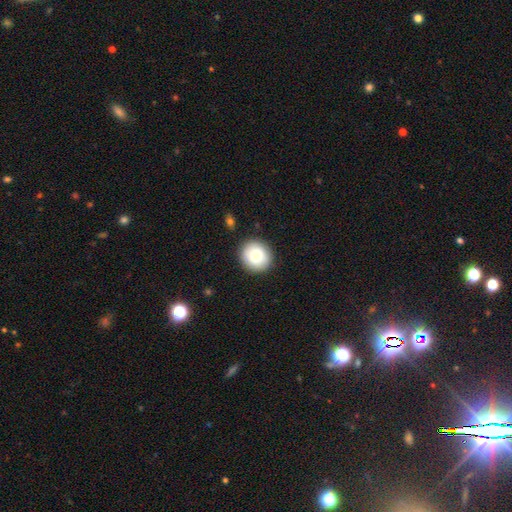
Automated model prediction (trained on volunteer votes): Overall: smooth (79%). How rounded: round (88%). Merging: none (89%).